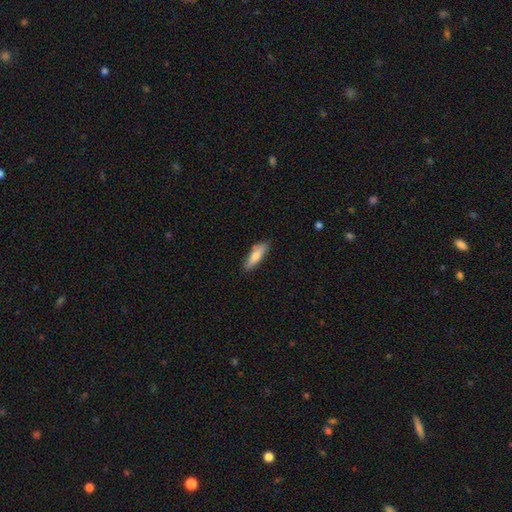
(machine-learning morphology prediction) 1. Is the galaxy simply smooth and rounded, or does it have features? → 70% smooth, 24% featured or disk, 6% star or artifact.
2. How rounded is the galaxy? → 56% cigar-shaped, 42% in between, 2% round.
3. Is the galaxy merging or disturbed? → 84% none, 13% minor disturbance, 2% major disturbance, 2% merger.